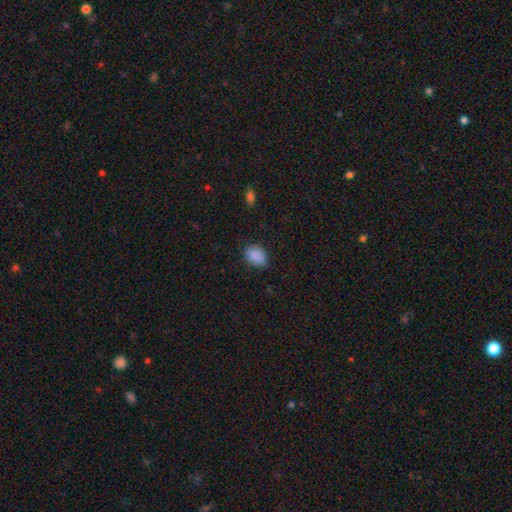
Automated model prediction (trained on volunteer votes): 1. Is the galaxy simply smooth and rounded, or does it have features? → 88% smooth, 8% star or artifact, 4% featured or disk.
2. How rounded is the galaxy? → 75% in between, 24% round, 1% cigar-shaped.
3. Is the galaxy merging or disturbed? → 79% none, 17% minor disturbance, 3% major disturbance, 1% merger.